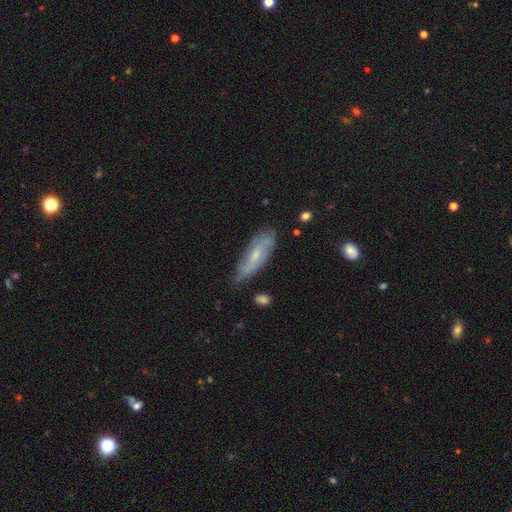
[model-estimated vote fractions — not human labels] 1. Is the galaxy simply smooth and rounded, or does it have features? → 58% featured or disk, 35% smooth, 7% star or artifact.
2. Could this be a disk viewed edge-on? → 74% no, 26% yes.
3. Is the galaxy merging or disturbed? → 72% none, 21% minor disturbance, 4% major disturbance, 2% merger.